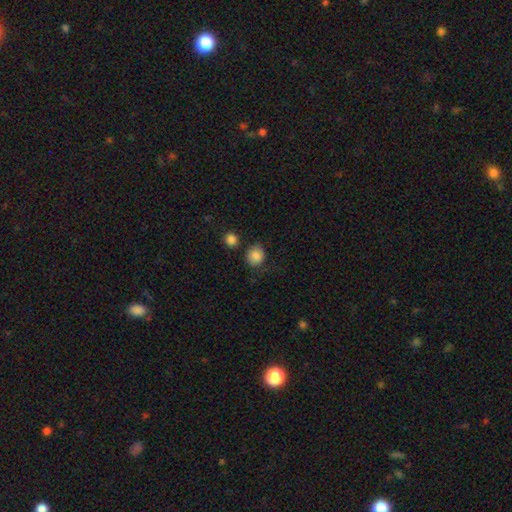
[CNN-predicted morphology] Overall: smooth (86%). How rounded: round (80%). Merging: none (74%).